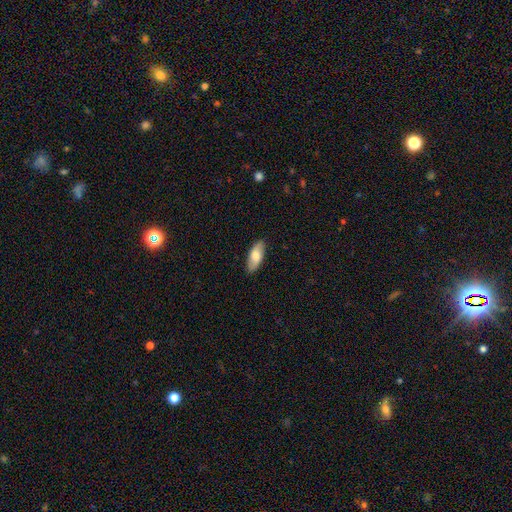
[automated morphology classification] Smooth or featured? Predicted: smooth (p=0.73). How rounded? Predicted: in between (p=0.80). Merging? Predicted: none (p=0.88).